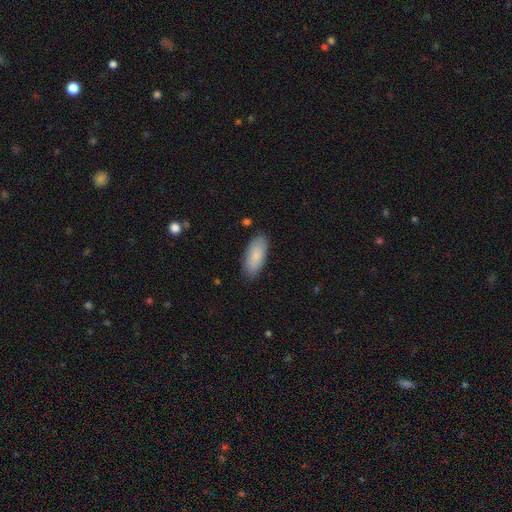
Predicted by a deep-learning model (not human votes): This appears to be a smooth galaxy with no disk features (86%) that is in between round and cigar-shaped (85%). Merging: none (85%).